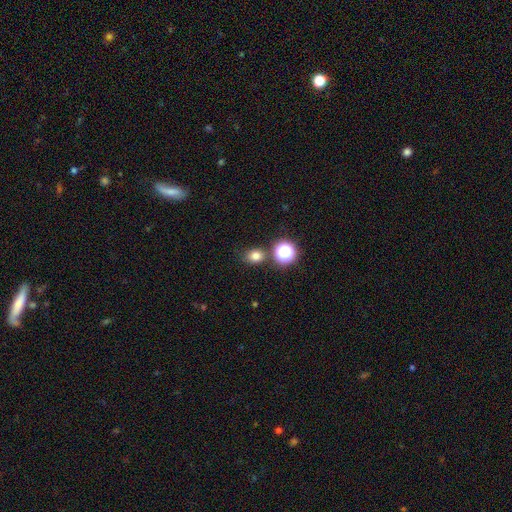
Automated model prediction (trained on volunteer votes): smooth 76%, star or artifact 18%, featured or disk 6%. Down the decision tree: how rounded — round (59%); merging — none (78%).